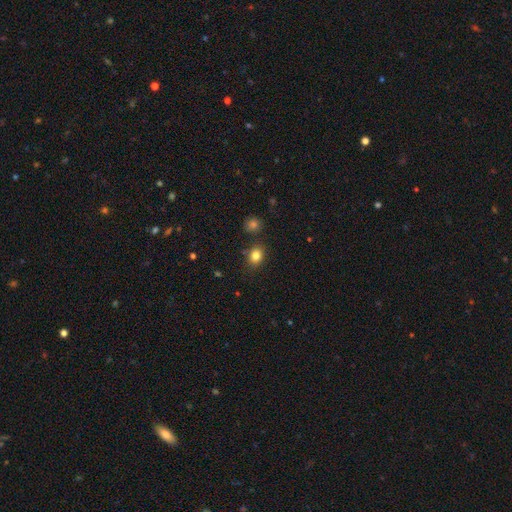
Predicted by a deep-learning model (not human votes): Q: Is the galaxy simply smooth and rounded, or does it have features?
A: smooth — 82%.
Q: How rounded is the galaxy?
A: in between — 51%.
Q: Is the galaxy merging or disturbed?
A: none — 81%.